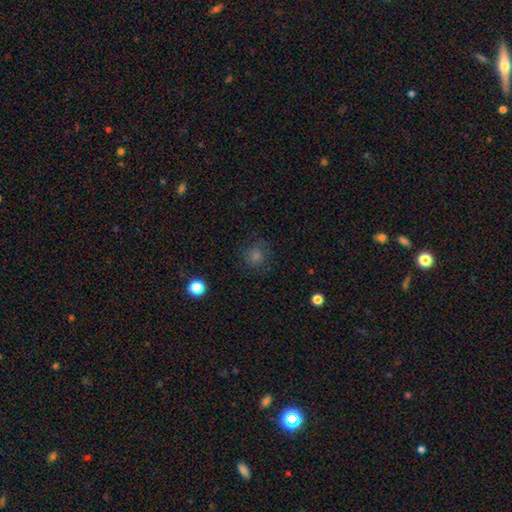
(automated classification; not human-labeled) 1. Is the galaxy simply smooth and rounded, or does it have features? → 56% smooth, 27% star or artifact, 17% featured or disk.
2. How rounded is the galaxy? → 89% round, 10% in between, 1% cigar-shaped.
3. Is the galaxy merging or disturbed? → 81% none, 12% minor disturbance, 5% major disturbance, 1% merger.